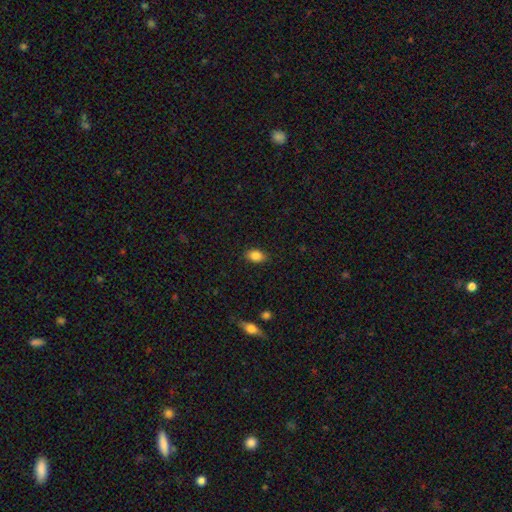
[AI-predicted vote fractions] smooth-or-featured: smooth: 87% | star or artifact: 9% | featured or disk: 5%
  how-rounded: in between: 83% | round: 15% | cigar-shaped: 2%
  merging: none: 86% | minor disturbance: 10% | major disturbance: 3% | merger: 1%